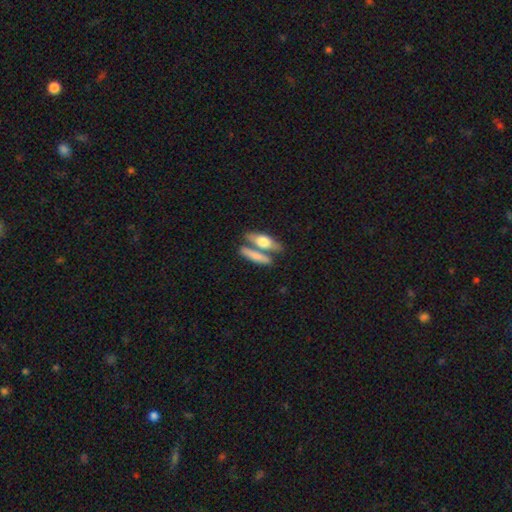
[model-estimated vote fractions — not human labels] This appears to be a smooth galaxy with no disk features (67%) that is cigar-shaped (58%). Merging: none (51%).